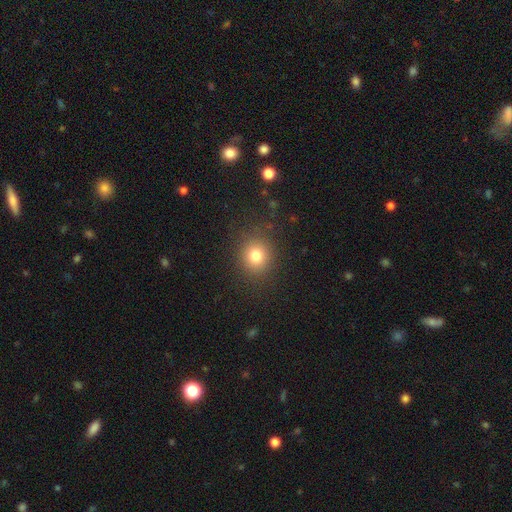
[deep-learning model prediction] Smooth or featured?
  - smooth: 78% *
  - star or artifact: 14%
  - featured or disk: 8%
How rounded?
  - round: 82% *
  - in between: 17%
  - cigar-shaped: 1%
Merging?
  - none: 88% *
  - minor disturbance: 8%
  - major disturbance: 4%
  - merger: 1%